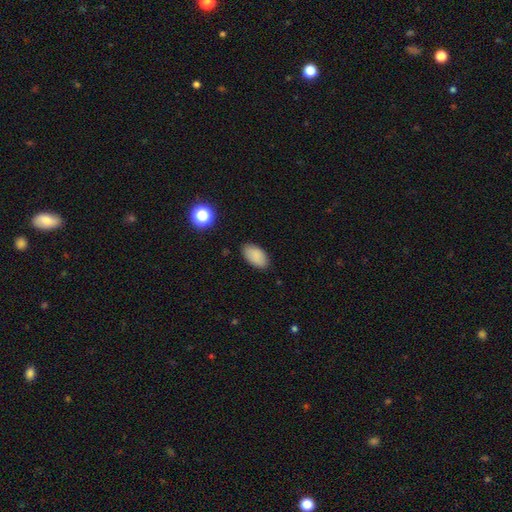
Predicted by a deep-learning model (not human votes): Smooth or featured? Predicted: smooth (p=0.88). How rounded? Predicted: in between (p=0.94). Merging? Predicted: none (p=0.86).